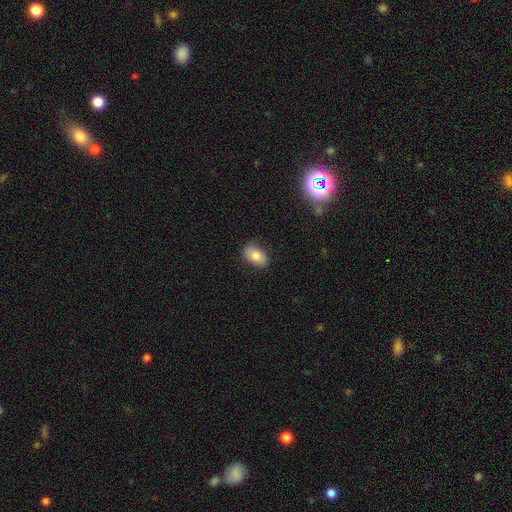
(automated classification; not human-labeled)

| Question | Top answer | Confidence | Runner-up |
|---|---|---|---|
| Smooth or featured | smooth | 79% | featured or disk (13%) |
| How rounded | in between | 89% | round (9%) |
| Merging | none | 85% | minor disturbance (12%) |